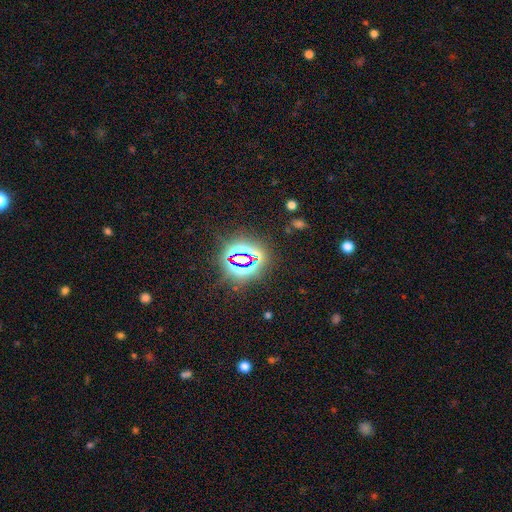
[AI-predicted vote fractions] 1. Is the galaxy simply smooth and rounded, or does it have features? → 78% star or artifact, 14% smooth, 8% featured or disk.